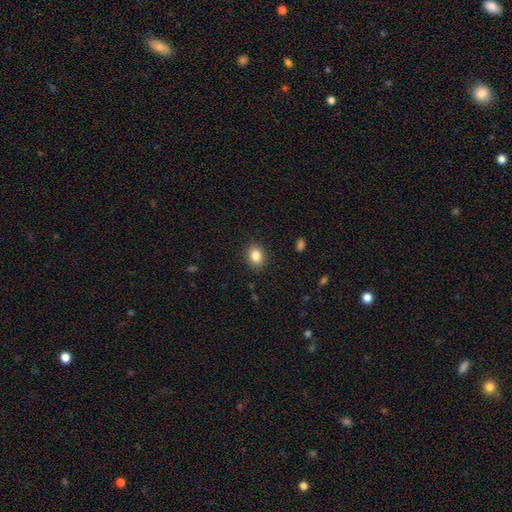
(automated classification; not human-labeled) A smooth galaxy with no disk features (84%) that is in between round and cigar-shaped (54%). Merging: none (89%).